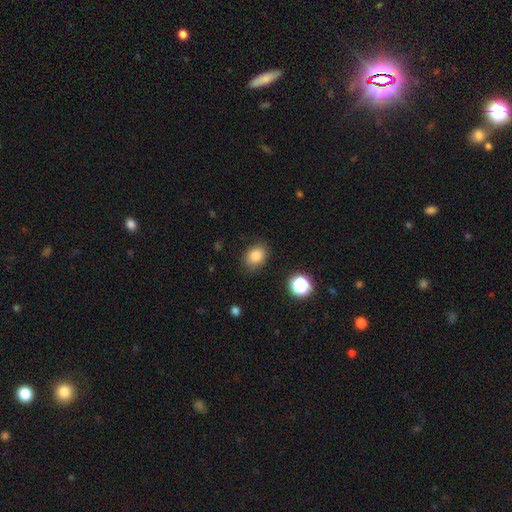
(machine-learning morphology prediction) Smooth or featured: smooth — 83% (star or artifact — 11%)
How rounded: in between — 66% (round — 33%)
Merging: none — 82% (minor disturbance — 13%)